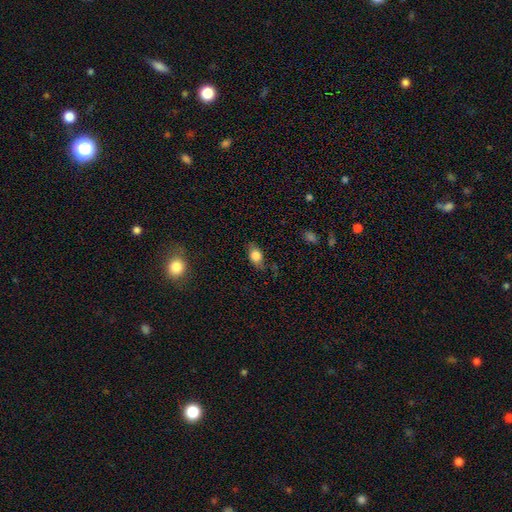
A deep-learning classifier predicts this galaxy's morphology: Overall: smooth (78%). How rounded: in between (79%). Merging: none (74%).